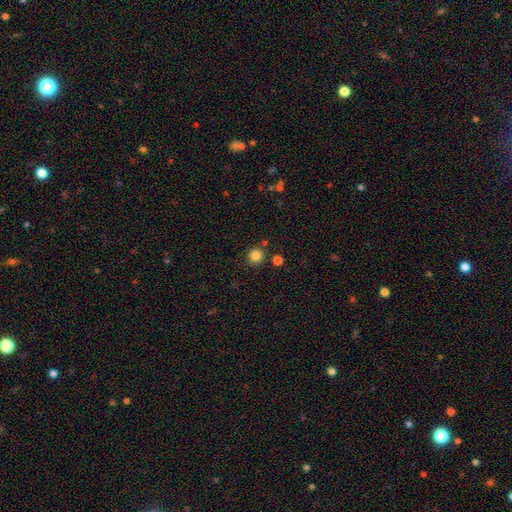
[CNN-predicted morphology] Smooth or featured? Predicted: smooth (p=0.83). How rounded? Predicted: round (p=0.93). Merging? Predicted: none (p=0.85).